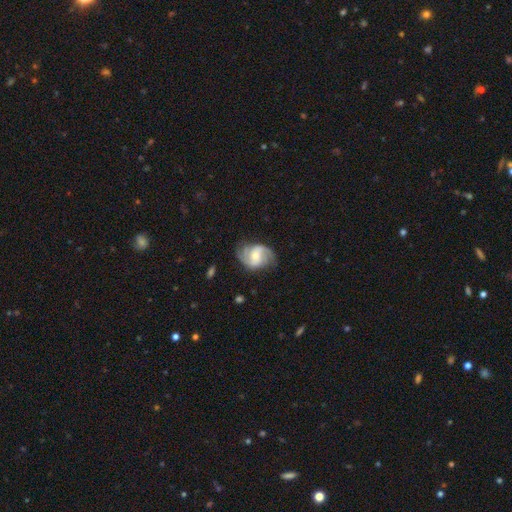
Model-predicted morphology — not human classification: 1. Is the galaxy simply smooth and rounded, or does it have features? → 83% featured or disk, 11% smooth, 6% star or artifact.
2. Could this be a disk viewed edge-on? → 97% no, 3% yes.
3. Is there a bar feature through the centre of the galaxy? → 44% weak, 41% no, 15% strong.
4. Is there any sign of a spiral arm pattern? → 96% yes, 4% no.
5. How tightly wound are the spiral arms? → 49% medium, 26% tight, 24% loose.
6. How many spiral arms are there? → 69% 2, 15% 3, 9% can't tell, 3% 1, 3% 4, 2% more than 4.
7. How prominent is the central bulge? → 51% moderate, 41% small, 4% large, 2% none, 1% dominant.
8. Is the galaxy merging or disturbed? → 71% none, 19% minor disturbance, 8% major disturbance, 1% merger.